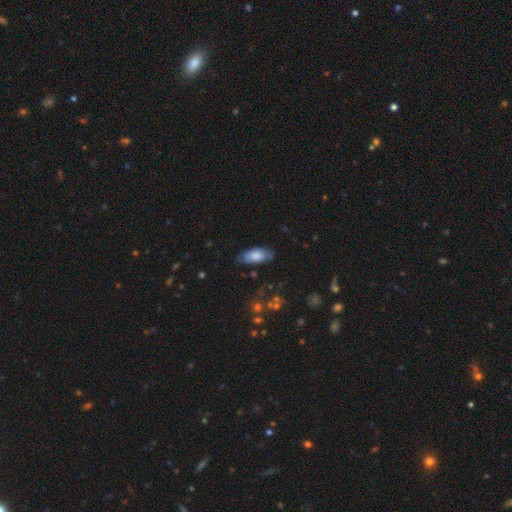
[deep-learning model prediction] Smooth or featured?
  - smooth: 76% *
  - featured or disk: 18%
  - star or artifact: 7%
How rounded?
  - in between: 86% *
  - cigar-shaped: 12%
  - round: 2%
Merging?
  - none: 71% *
  - minor disturbance: 22%
  - major disturbance: 5%
  - merger: 2%